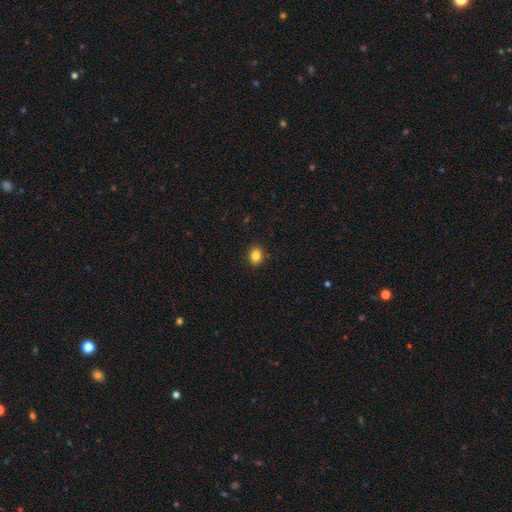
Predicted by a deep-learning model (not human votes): This appears to be a smooth galaxy with no disk features (85%) that is in between round and cigar-shaped (51%). Merging: none (90%).